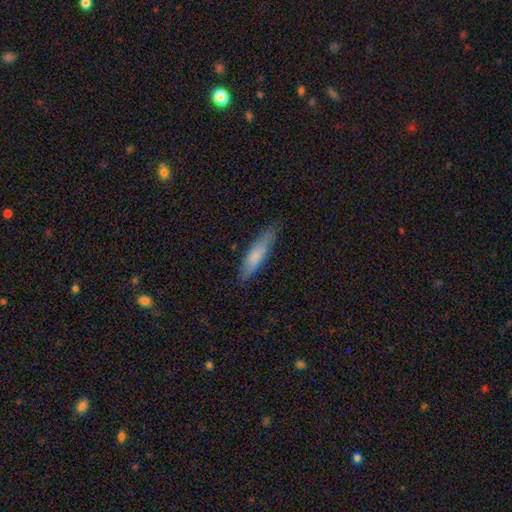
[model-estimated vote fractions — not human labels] smooth_or_featured: smooth (p=0.73) [alt: featured or disk p=0.21]
how_rounded: cigar-shaped (p=0.81) [alt: in between p=0.17]
merging: none (p=0.81) [alt: minor disturbance p=0.15]